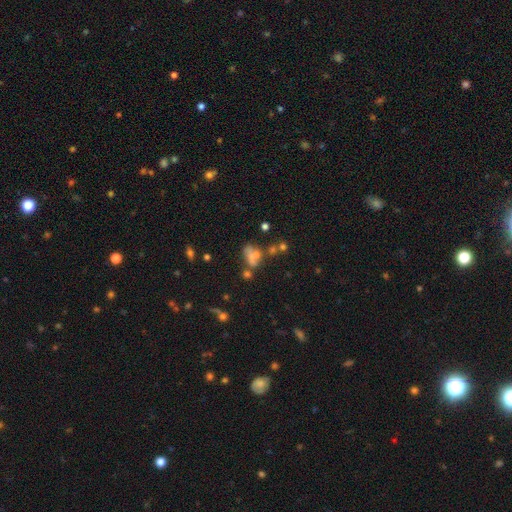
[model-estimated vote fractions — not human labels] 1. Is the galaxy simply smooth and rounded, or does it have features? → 49% smooth, 30% featured or disk, 21% star or artifact.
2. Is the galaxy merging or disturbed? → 33% merger, 29% none, 21% major disturbance, 17% minor disturbance.